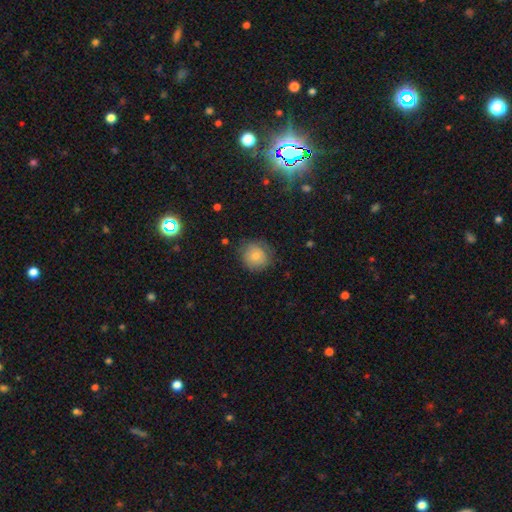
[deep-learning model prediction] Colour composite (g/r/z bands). It shows a smooth galaxy with no disk features (73%) that is round (88%). Merging: none (75%).